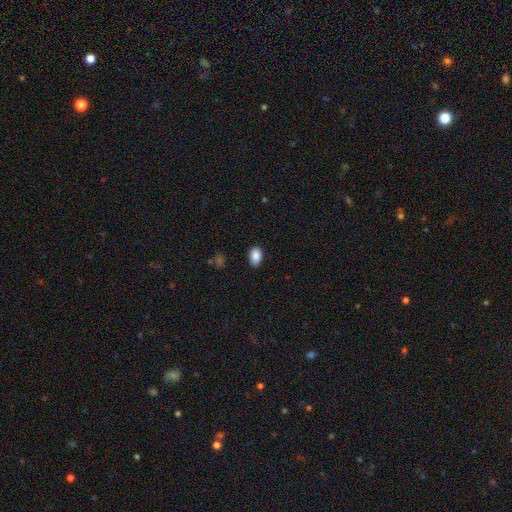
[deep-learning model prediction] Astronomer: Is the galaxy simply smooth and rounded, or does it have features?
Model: smooth — 88%.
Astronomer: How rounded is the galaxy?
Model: in between — 87%.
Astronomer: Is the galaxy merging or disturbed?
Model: none — 84%.